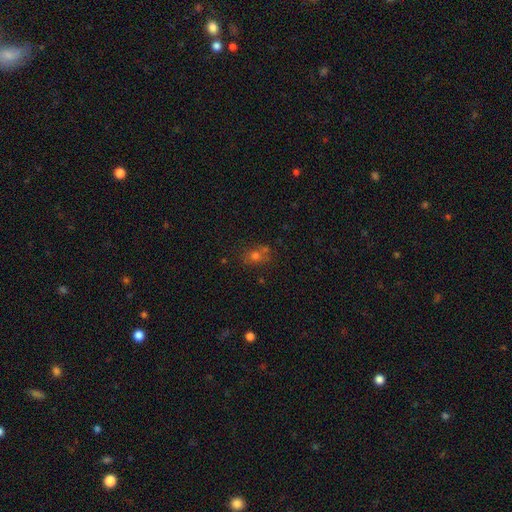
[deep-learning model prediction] smooth_or_featured: smooth (p=0.62) [alt: star or artifact p=0.25]
how_rounded: round (p=0.63) [alt: in between p=0.36]
merging: none (p=0.64) [alt: merger p=0.16]